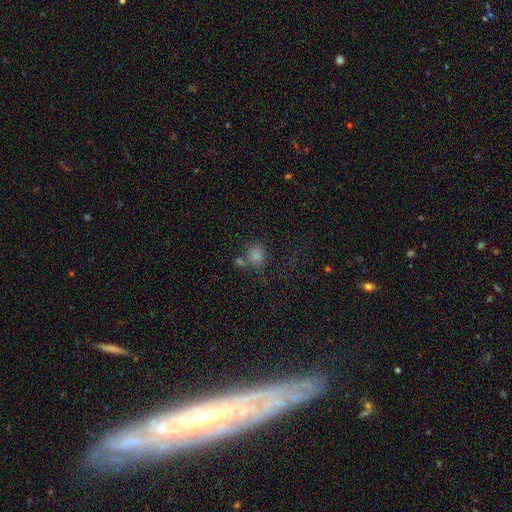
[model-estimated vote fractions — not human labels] Smooth or featured: smooth — 78% (star or artifact — 15%)
How rounded: round — 76% (in between — 23%)
Merging: none — 51% (merger — 28%)